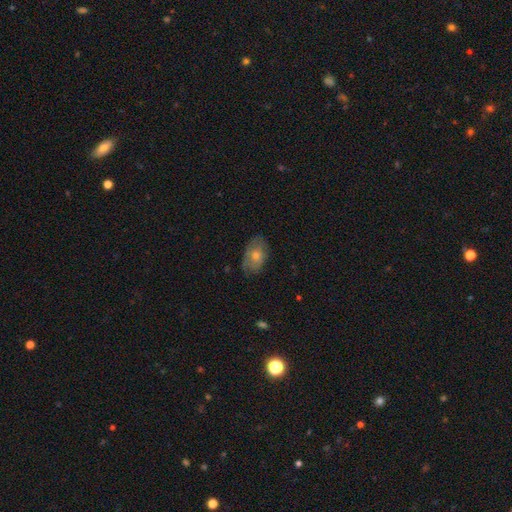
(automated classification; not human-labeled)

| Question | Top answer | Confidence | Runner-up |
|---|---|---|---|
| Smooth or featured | smooth | 53% | featured or disk (36%) |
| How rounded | in between | 87% | round (11%) |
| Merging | none | 76% | minor disturbance (19%) |